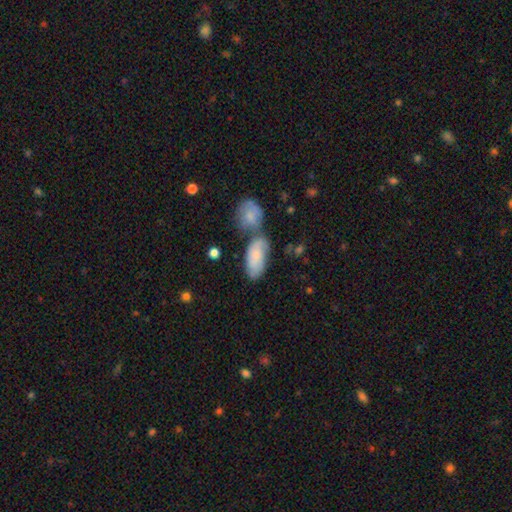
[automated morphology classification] smooth_or_featured: smooth (p=0.69) [alt: featured or disk p=0.24]
how_rounded: in between (p=0.90) [alt: cigar-shaped p=0.06]
merging: merger (p=0.41) [alt: none p=0.36]